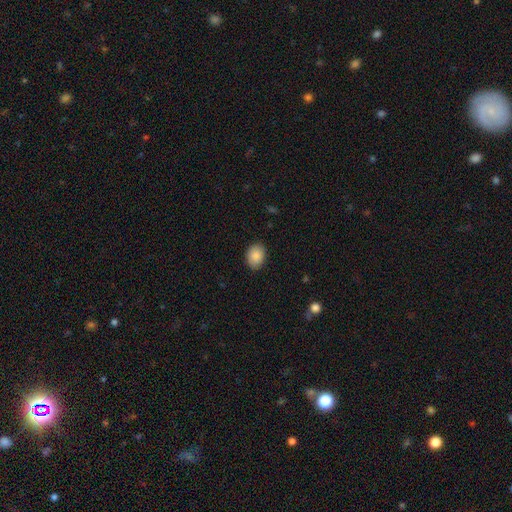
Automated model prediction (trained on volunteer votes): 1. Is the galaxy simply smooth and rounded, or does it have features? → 88% smooth, 7% star or artifact, 4% featured or disk.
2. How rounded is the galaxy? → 62% in between, 37% round, 1% cigar-shaped.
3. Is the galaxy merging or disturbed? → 87% none, 10% minor disturbance, 2% major disturbance, 1% merger.